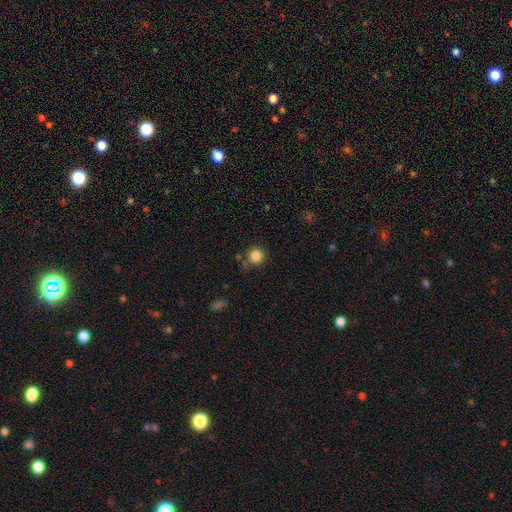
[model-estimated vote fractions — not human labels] A smooth galaxy with no disk features (84%) that is round (93%).

Vote fractions:
- Smooth or featured? smooth: 84% / star or artifact: 11% / featured or disk: 4%
- How rounded? round: 93% / in between: 6% / cigar-shaped: 1%
- Merging? none: 79% / minor disturbance: 12% / merger: 6% / major disturbance: 4%